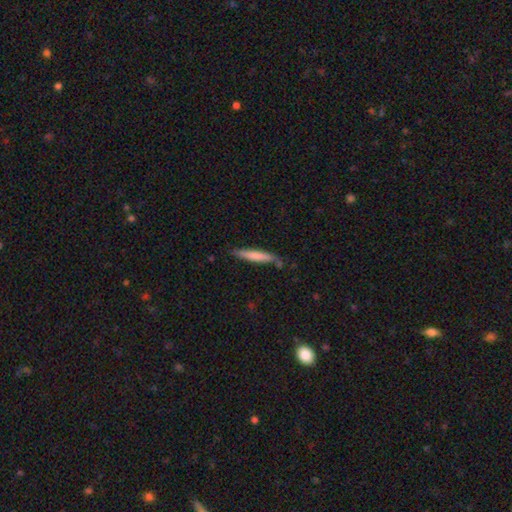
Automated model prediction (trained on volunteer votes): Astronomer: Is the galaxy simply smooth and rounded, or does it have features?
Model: smooth — 70%.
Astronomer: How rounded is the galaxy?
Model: cigar-shaped — 93%.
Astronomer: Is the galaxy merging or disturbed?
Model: none — 75%.